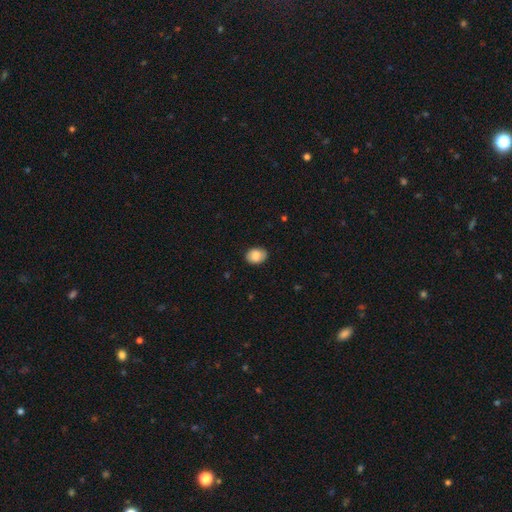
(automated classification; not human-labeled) smooth_or_featured: smooth (p=0.83) [alt: featured or disk p=0.10]
how_rounded: in between (p=0.68) [alt: round p=0.31]
merging: none (p=0.85) [alt: minor disturbance p=0.12]